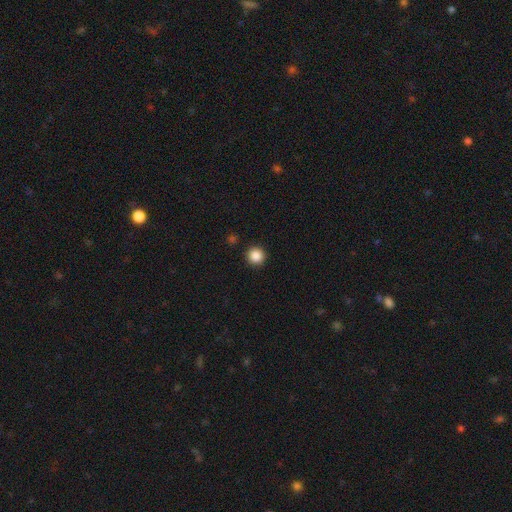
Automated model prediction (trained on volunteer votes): This appears to be a smooth galaxy with no disk features (87%) that is round (95%). Merging: none (93%).